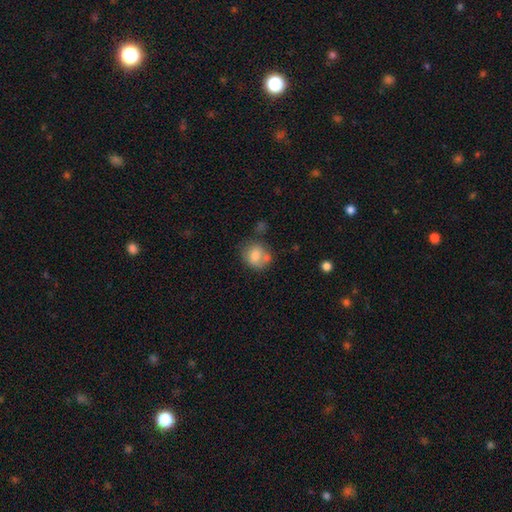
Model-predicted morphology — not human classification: A smooth galaxy with no disk features (76%) that is round (64%). Merging: none (47%).